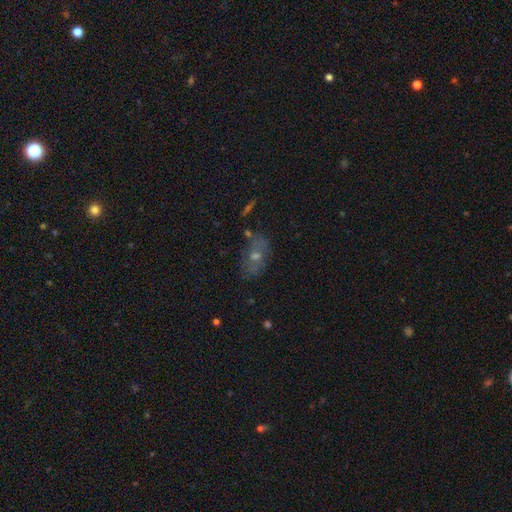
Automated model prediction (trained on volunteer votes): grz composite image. It shows a smooth galaxy with no disk features (45%). Merging: none (62%).